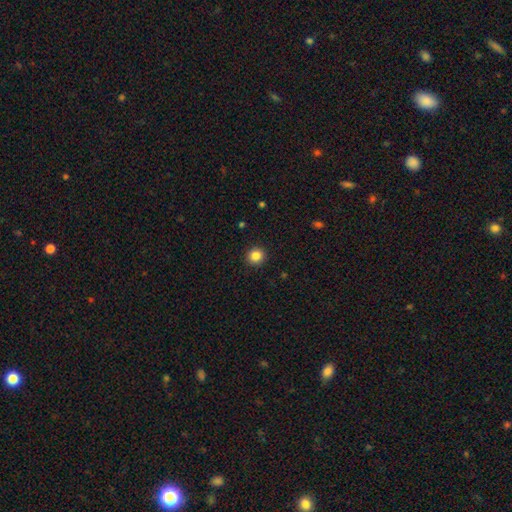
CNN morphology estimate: smooth-or-featured: smooth: 85% | star or artifact: 11% | featured or disk: 4%
  how-rounded: round: 93% | in between: 6% | cigar-shaped: 1%
  merging: none: 92% | minor disturbance: 5% | major disturbance: 2% | merger: 1%